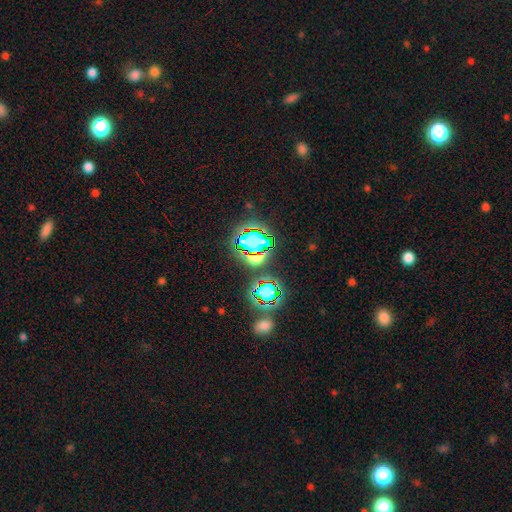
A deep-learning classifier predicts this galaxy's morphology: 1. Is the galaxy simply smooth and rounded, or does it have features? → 65% star or artifact, 25% smooth, 11% featured or disk.